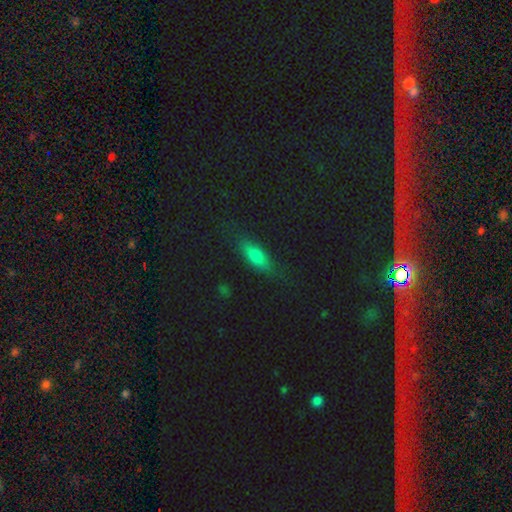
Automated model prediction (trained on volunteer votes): Smooth or featured?
  - smooth: 73% *
  - featured or disk: 16%
  - star or artifact: 11%
How rounded?
  - in between: 66% *
  - cigar-shaped: 30%
  - round: 4%
Merging?
  - none: 81% *
  - minor disturbance: 14%
  - major disturbance: 4%
  - merger: 1%